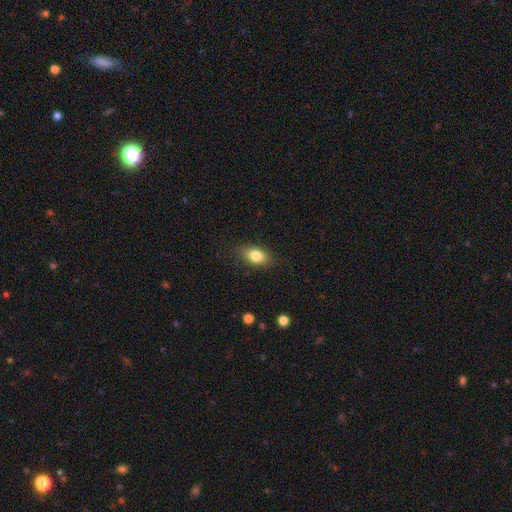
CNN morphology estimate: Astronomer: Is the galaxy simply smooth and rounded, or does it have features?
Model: smooth — 81%.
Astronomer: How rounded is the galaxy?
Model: in between — 84%.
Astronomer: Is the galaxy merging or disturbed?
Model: none — 83%.